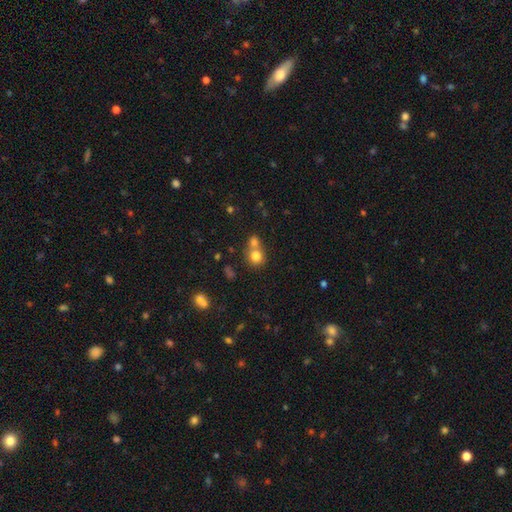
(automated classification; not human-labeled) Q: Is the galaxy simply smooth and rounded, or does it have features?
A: smooth — 78%.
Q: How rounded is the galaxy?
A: round — 84%.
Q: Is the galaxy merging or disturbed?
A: merger — 46%.